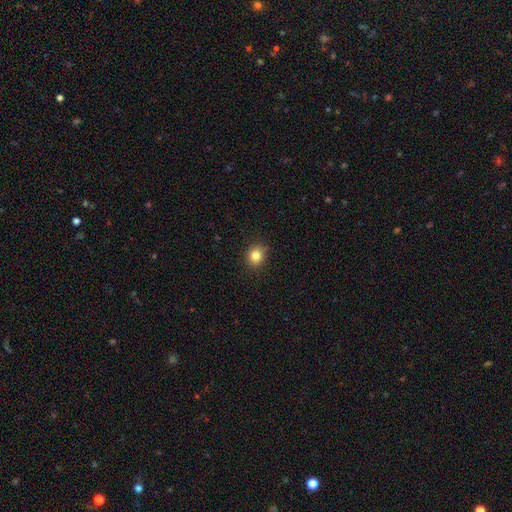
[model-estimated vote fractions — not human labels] smooth_or_featured: smooth (p=0.82) [alt: star or artifact p=0.12]
how_rounded: round (p=0.83) [alt: in between p=0.16]
merging: none (p=0.85) [alt: minor disturbance p=0.11]